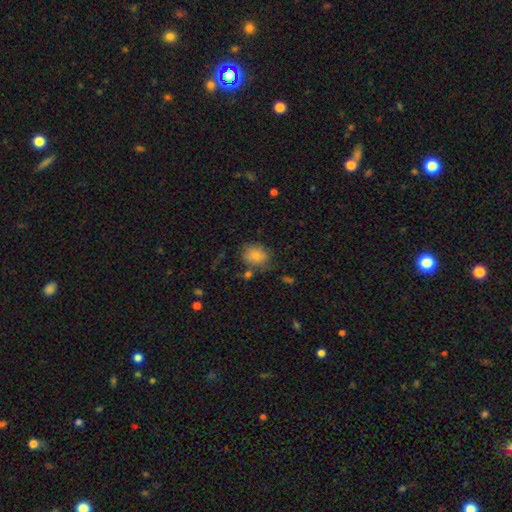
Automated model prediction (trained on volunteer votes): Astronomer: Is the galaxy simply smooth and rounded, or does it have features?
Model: smooth — 82%.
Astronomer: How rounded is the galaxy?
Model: round — 55% (runner-up: in between, 44%).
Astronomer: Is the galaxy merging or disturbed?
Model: none — 69%.